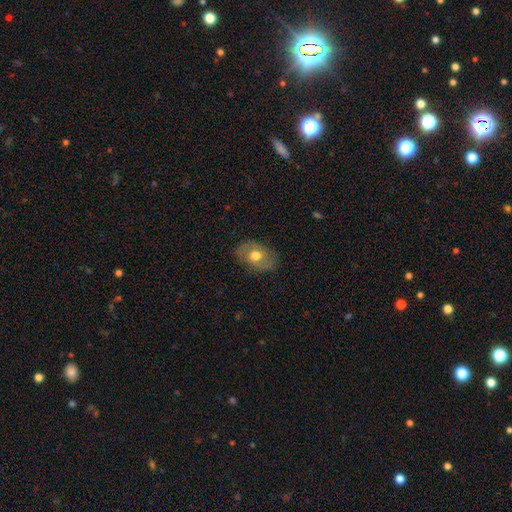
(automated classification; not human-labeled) Q: Smooth or featured?
A: smooth (50%); runner-up: featured or disk (43%)
Q: Merging?
A: none (80%); runner-up: minor disturbance (15%)